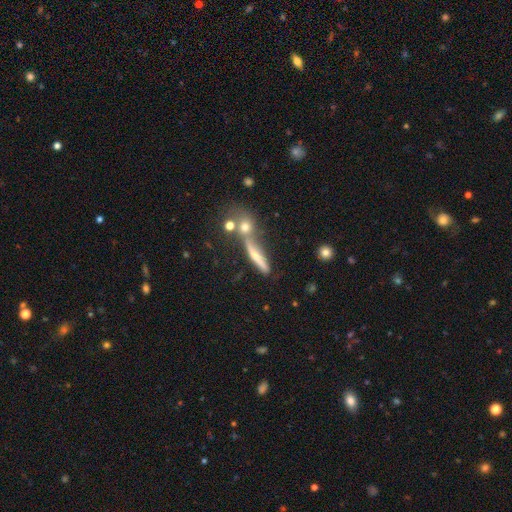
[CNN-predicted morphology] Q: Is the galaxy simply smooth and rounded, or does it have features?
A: featured or disk — 46%.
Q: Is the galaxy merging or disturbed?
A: none — 48%.